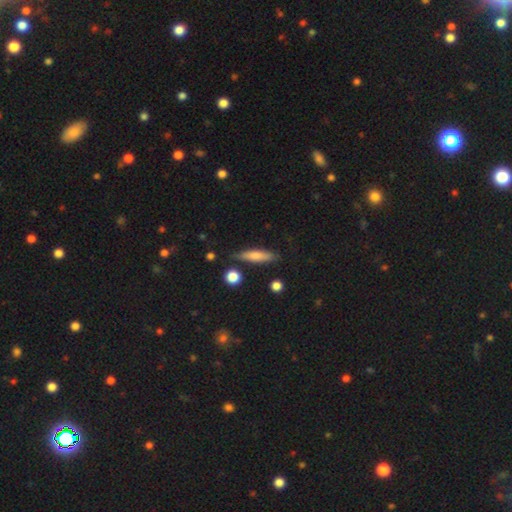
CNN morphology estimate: type=smooth (71%); roundness=cigar-shaped (76%); merging=none (80%).